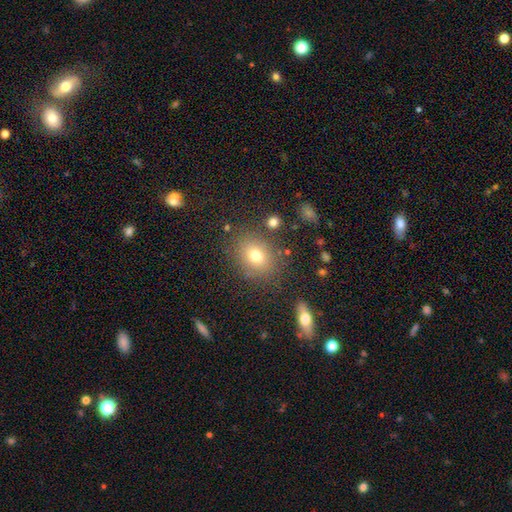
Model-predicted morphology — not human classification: The model was most divided on "how rounded": round: 56%, in between: 43%, cigar-shaped: 1%. More confident: merging — none (81%); smooth or featured — smooth (73%).